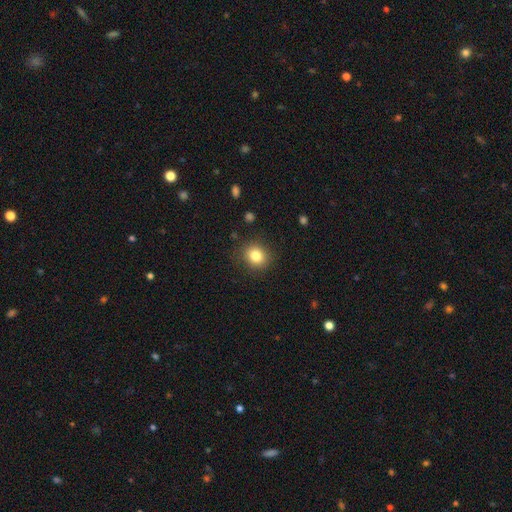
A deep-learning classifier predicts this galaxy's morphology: A smooth galaxy with no disk features (82%) that is round (71%). Merging: none (86%).